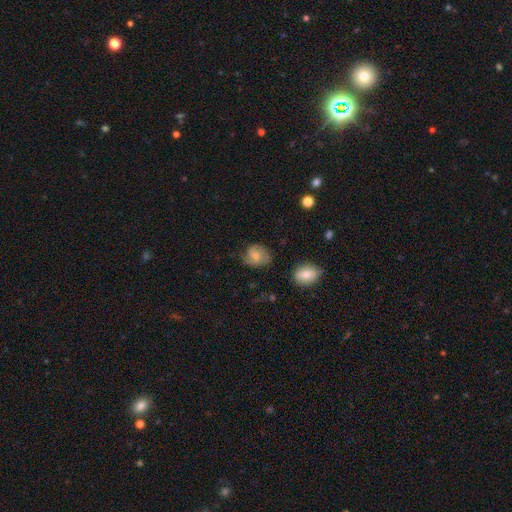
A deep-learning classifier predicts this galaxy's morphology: Q: Smooth or featured?
A: smooth (46%); runner-up: featured or disk (45%)
Q: Merging?
A: none (58%); runner-up: minor disturbance (28%)